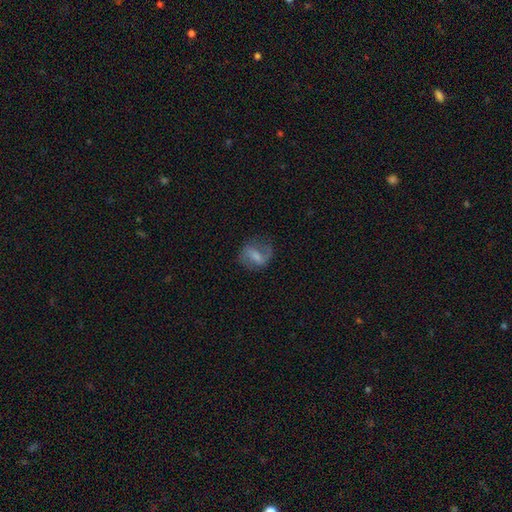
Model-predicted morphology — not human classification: A featured or disk galaxy (61%) with a weak bar (45%), spiral arms (83%) and no central bulge (33%). Merging: none (61%).